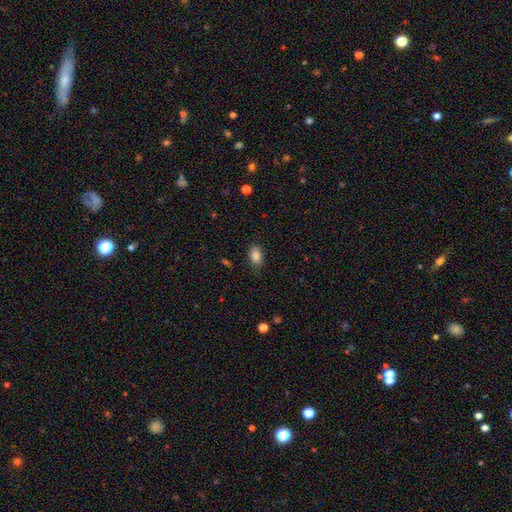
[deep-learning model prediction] Smooth or featured?
  - smooth: 85% *
  - star or artifact: 9%
  - featured or disk: 6%
How rounded?
  - in between: 87% *
  - round: 11%
  - cigar-shaped: 2%
Merging?
  - none: 80% *
  - minor disturbance: 15%
  - major disturbance: 3%
  - merger: 1%